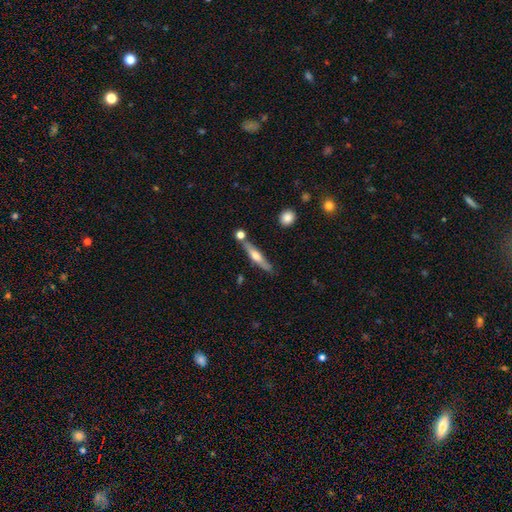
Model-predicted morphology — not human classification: This appears to be a featured or disk galaxy (54%) viewed edge-on (92%). Merging: none (72%).